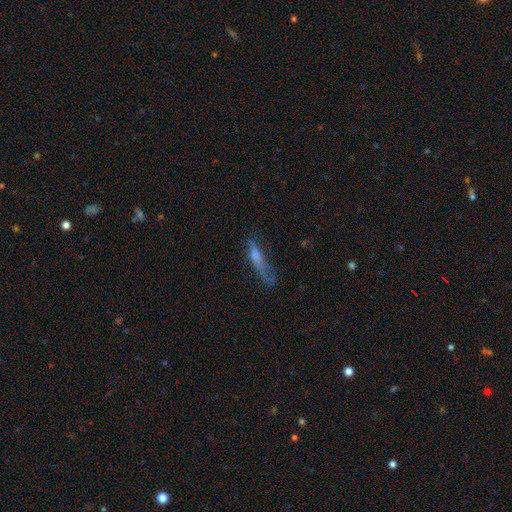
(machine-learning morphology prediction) A smooth galaxy with no disk features (51%) that is cigar-shaped (80%).

Vote fractions:
- Smooth or featured? smooth: 51% / featured or disk: 36% / star or artifact: 13%
- How rounded? cigar-shaped: 80% / in between: 17% / round: 2%
- Merging? none: 42% / minor disturbance: 28% / major disturbance: 26% / merger: 4%